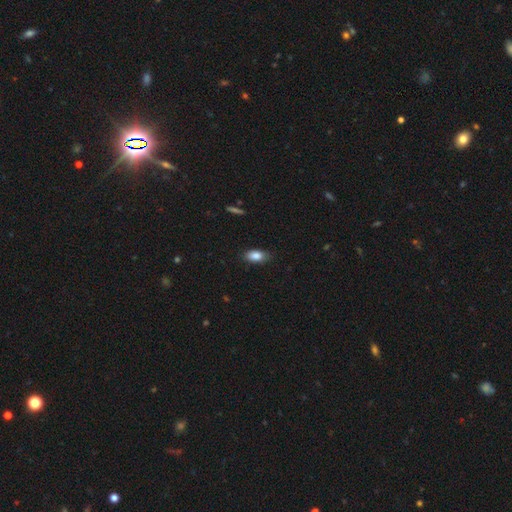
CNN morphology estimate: Smooth or featured? Predicted: smooth (p=0.86). How rounded? Predicted: in between (p=0.89). Merging? Predicted: none (p=0.82).